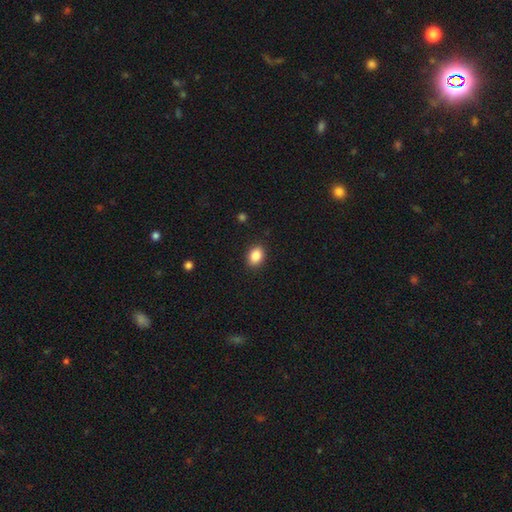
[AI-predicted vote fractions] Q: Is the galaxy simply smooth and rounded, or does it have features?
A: smooth — 87%.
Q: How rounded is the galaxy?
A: in between — 70%.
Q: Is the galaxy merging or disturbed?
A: none — 89%.